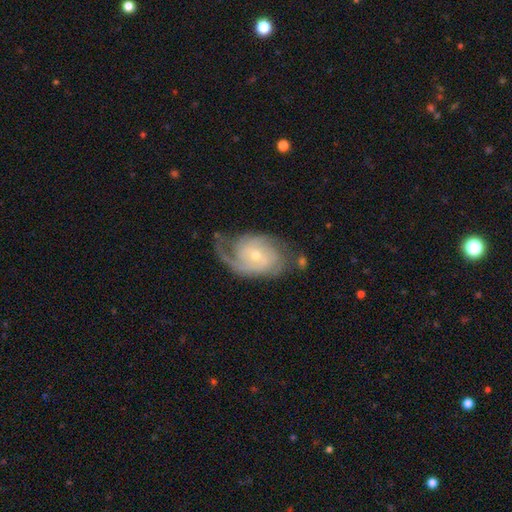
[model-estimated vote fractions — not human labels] Smooth or featured?
  - featured or disk: 86% *
  - smooth: 8%
  - star or artifact: 5%
Edge-on disk?
  - no: 97% *
  - yes: 3%
Bar?
  - no: 68% *
  - weak: 27%
  - strong: 5%
Spiral arms?
  - yes: 96% *
  - no: 4%
Spiral winding?
  - tight: 50% *
  - medium: 37%
  - loose: 14%
Spiral arm count?
  - 2: 41% *
  - can't tell: 20%
  - 3: 16%
  - 1: 14%
  - 4: 4%
  - more than 4: 4%
Bulge size?
  - small: 61% *
  - moderate: 36%
  - large: 1%
  - none: 1%
  - dominant: 1%
Merging?
  - none: 60% *
  - minor disturbance: 23%
  - major disturbance: 15%
  - merger: 3%